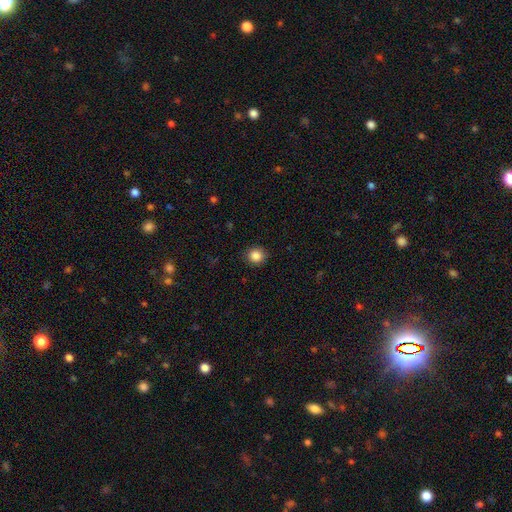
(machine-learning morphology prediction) Smooth or featured? Predicted: smooth (p=0.86). How rounded? Predicted: round (p=0.86). Merging? Predicted: none (p=0.89).